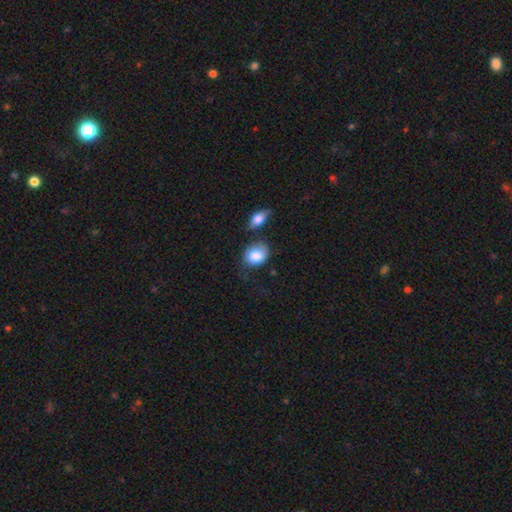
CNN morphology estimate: Q: Smooth or featured?
A: smooth (84%); runner-up: featured or disk (9%)
Q: How rounded?
A: in between (53%); runner-up: round (46%)
Q: Merging?
A: none (52%); runner-up: minor disturbance (25%)